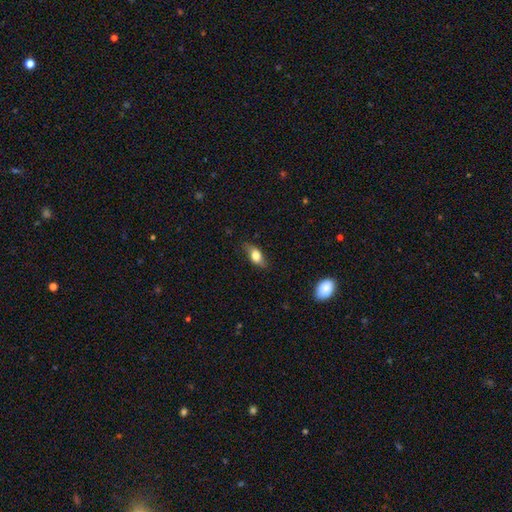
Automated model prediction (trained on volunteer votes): This is likely a smooth galaxy (70%). How rounded: likely in between (79%). Merging: likely none (77%).